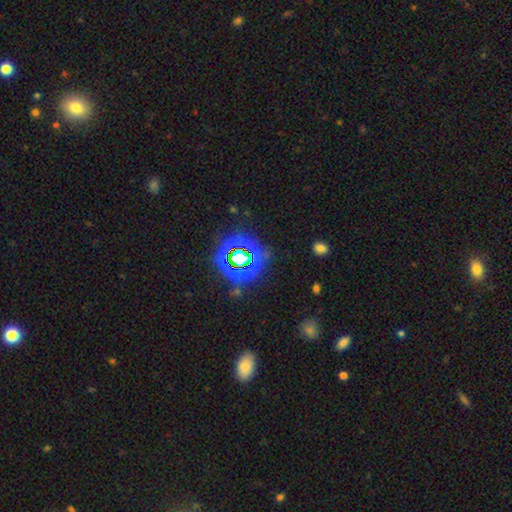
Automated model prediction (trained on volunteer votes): Overall: star or artifact (77%).